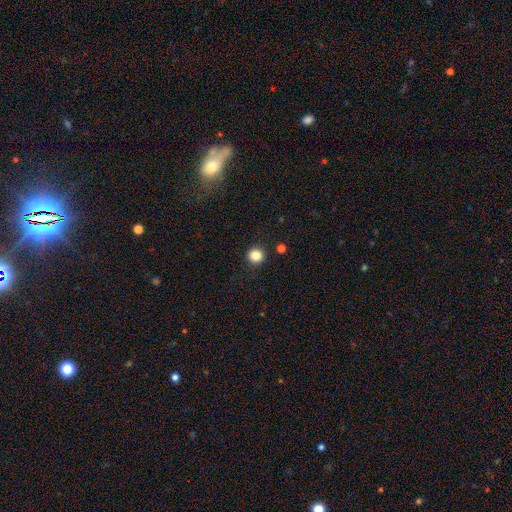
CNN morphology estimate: smooth 86%, star or artifact 11%, featured or disk 4%. Down the decision tree: how rounded — round (93%); merging — none (91%).